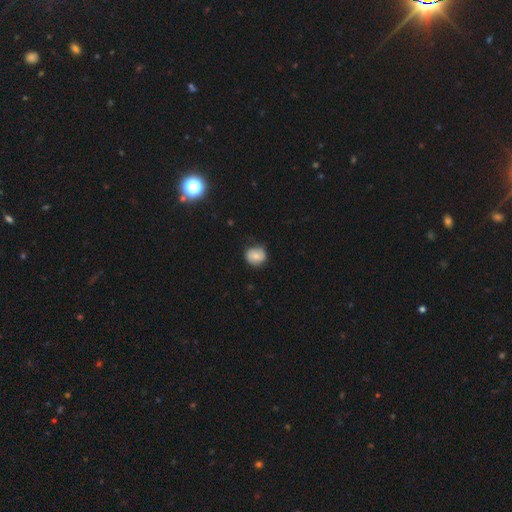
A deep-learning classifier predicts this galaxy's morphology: A smooth galaxy with no disk features (67%) that is round (79%). Merging: none (73%).